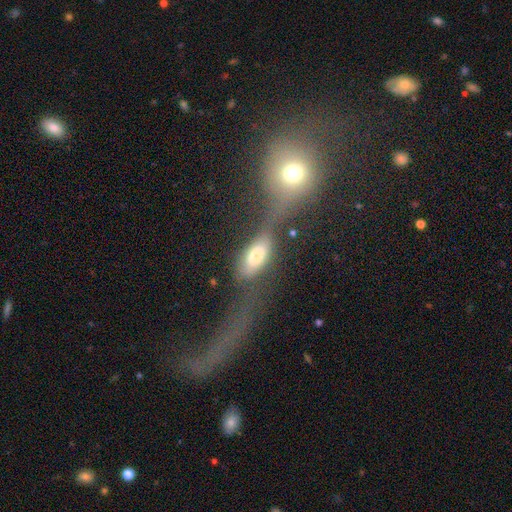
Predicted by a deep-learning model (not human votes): Overall: smooth (54%; featured or disk 35%). How rounded: in between (79%). Merging: merger (44%; major disturbance 23%).